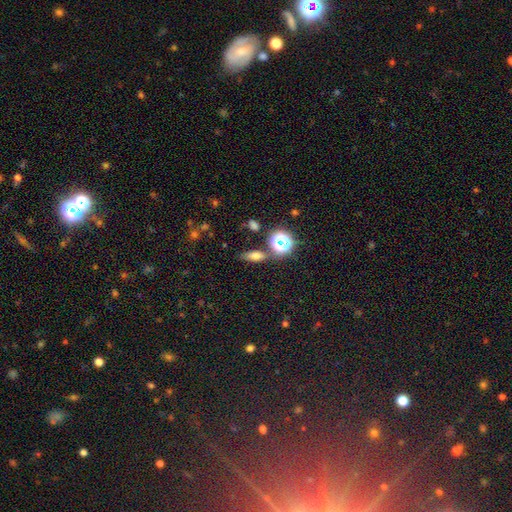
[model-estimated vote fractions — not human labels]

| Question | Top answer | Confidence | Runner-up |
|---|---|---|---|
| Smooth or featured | smooth | 60% | star or artifact (22%) |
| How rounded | in between | 54% | cigar-shaped (30%) |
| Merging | none | 76% | minor disturbance (13%) |